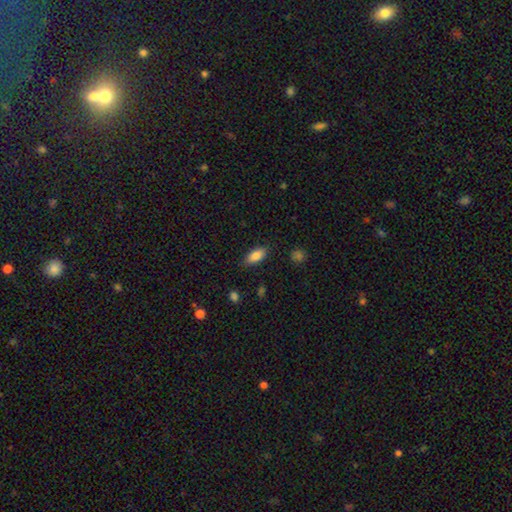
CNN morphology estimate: Overall: smooth (85%). How rounded: in between (86%). Merging: none (83%).